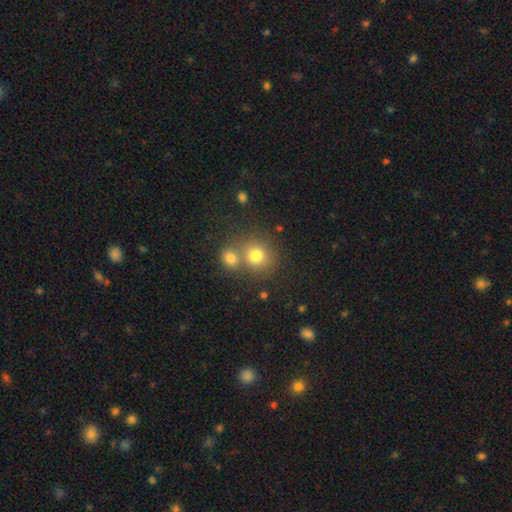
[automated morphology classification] The model was most divided on "merging": none: 54%, merger: 34%, minor disturbance: 8%, major disturbance: 3%. More confident: how rounded — round (83%); smooth or featured — smooth (77%).